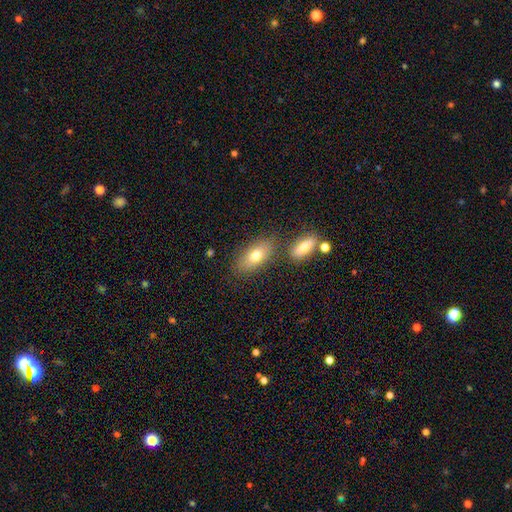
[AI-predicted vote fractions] This is likely a smooth galaxy (73%). How rounded: clearly in between (84%). Merging: likely none (71%).